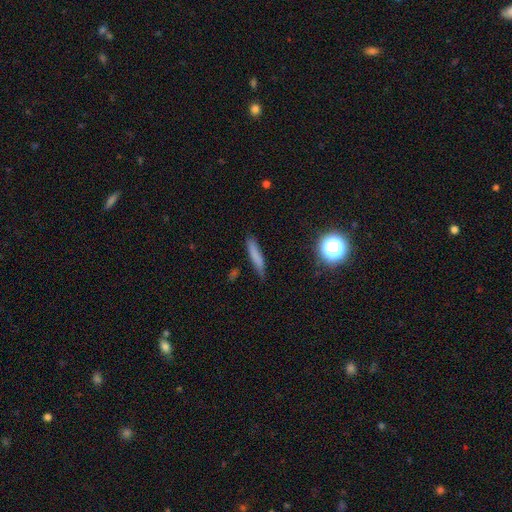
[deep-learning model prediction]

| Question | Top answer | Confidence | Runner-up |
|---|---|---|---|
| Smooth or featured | smooth | 75% | featured or disk (16%) |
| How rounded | cigar-shaped | 87% | in between (11%) |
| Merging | none | 76% | minor disturbance (18%) |